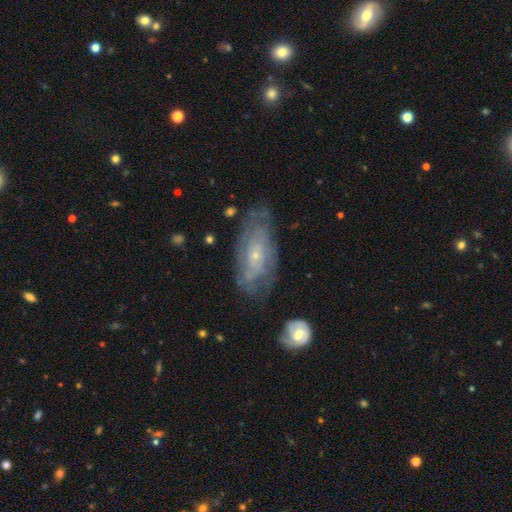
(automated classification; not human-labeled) smooth_or_featured: featured or disk (p=0.67) [alt: smooth p=0.26]
disk_edge_on: no (p=0.90) [alt: yes p=0.10]
bar: no (p=0.76) [alt: weak p=0.20]
has_spiral_arms: yes (p=0.71) [alt: no p=0.29]
bulge_size: small (p=0.78) [alt: moderate p=0.18]
merging: none (p=0.62) [alt: minor disturbance p=0.24]